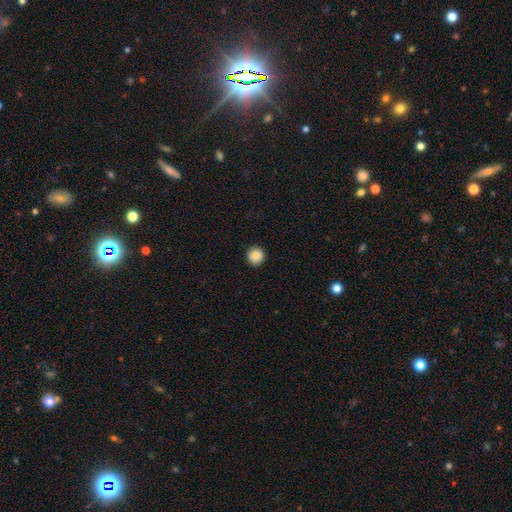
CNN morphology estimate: Smooth or featured: smooth — 87% (star or artifact — 9%)
How rounded: round — 93% (in between — 6%)
Merging: none — 91% (minor disturbance — 6%)